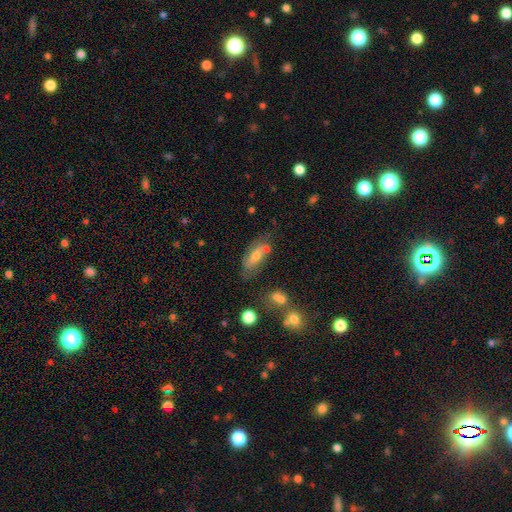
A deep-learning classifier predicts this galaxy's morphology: Smooth or featured?
  - smooth: 45% * (tied)
  - featured or disk: 45% * (tied)
  - star or artifact: 10%
Merging?
  - none: 57% *
  - minor disturbance: 22%
  - merger: 12%
  - major disturbance: 9%